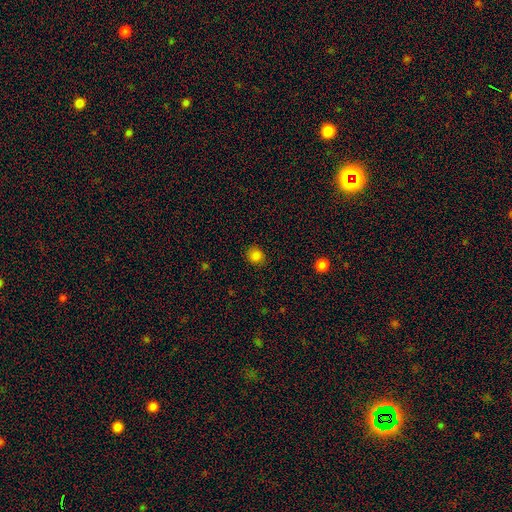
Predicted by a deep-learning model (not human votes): Q: Smooth or featured?
A: smooth (84%); runner-up: star or artifact (13%)
Q: How rounded?
A: round (85%); runner-up: in between (14%)
Q: Merging?
A: none (88%); runner-up: minor disturbance (9%)